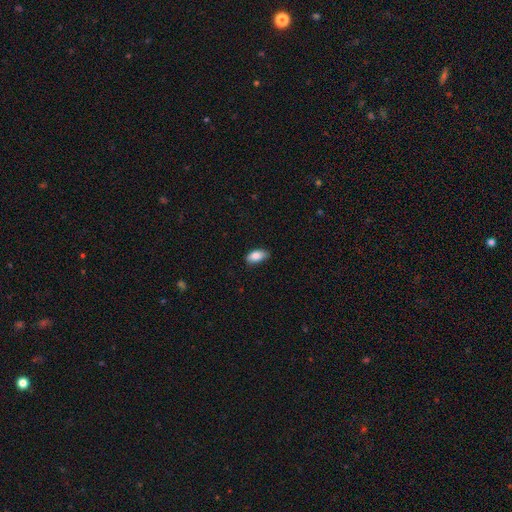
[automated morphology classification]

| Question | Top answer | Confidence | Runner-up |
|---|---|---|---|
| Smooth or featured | smooth | 84% | featured or disk (9%) |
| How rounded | in between | 92% | cigar-shaped (5%) |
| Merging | none | 78% | minor disturbance (19%) |